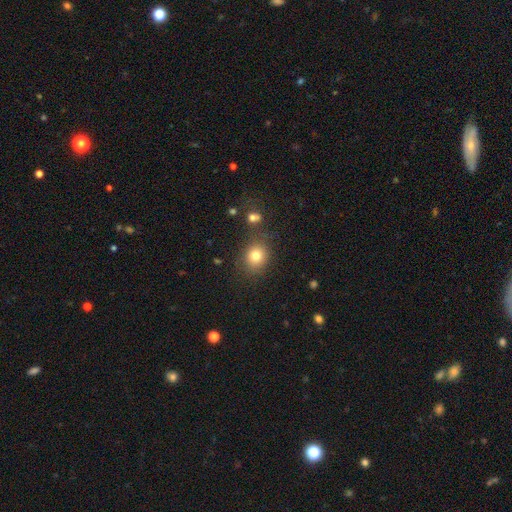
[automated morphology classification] smooth-or-featured: smooth: 78% | star or artifact: 13% | featured or disk: 9%
  how-rounded: round: 69% | in between: 30% | cigar-shaped: 1%
  merging: none: 79% | minor disturbance: 11% | merger: 6% | major disturbance: 4%